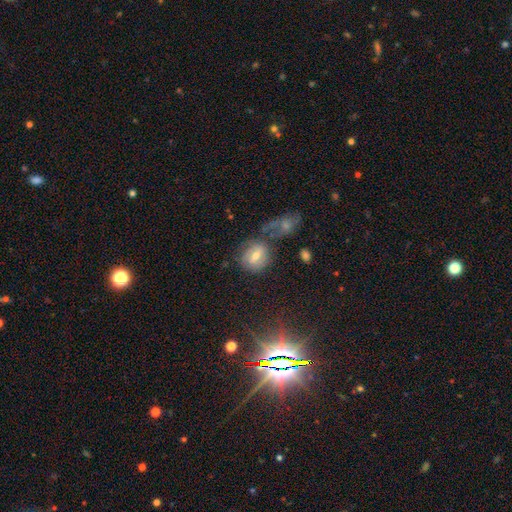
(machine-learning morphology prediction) Q: Smooth or featured?
A: smooth (49%); runner-up: featured or disk (31%)
Q: Merging?
A: none (62%); runner-up: minor disturbance (17%)